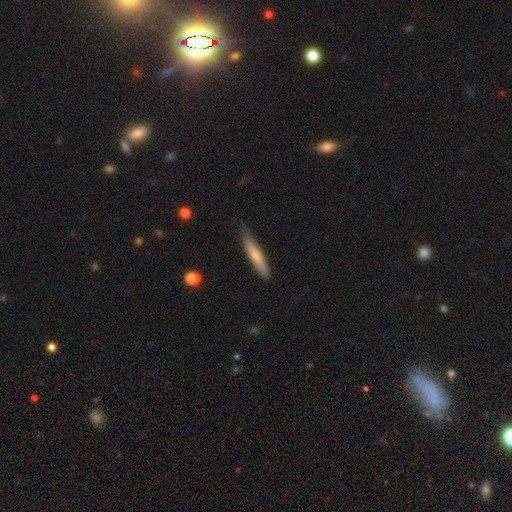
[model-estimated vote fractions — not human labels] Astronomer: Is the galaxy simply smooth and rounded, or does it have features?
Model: smooth — 64%.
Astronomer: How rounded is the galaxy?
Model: cigar-shaped — 92%.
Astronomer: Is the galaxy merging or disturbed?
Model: none — 77%.